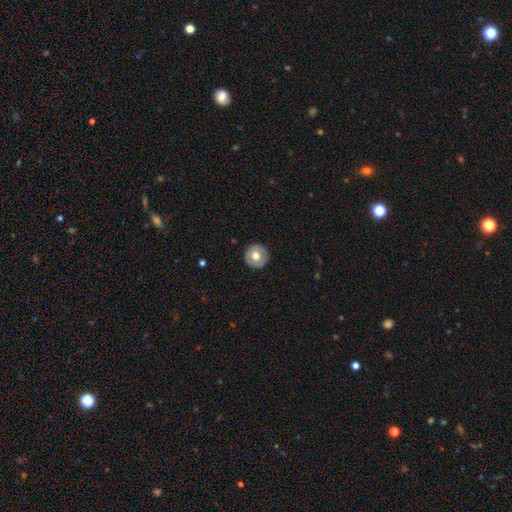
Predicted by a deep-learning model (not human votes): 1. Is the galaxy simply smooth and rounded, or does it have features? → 65% smooth, 28% featured or disk, 7% star or artifact.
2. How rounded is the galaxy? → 96% round, 3% in between, 1% cigar-shaped.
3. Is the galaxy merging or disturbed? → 90% none, 7% minor disturbance, 2% major disturbance, 1% merger.